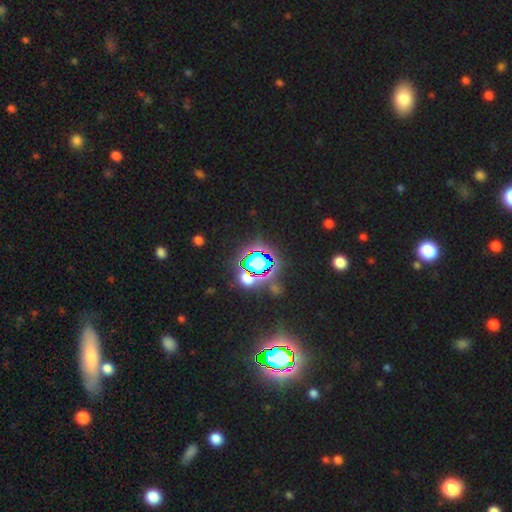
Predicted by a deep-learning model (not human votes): Q: Smooth or featured?
A: star or artifact (72%); runner-up: smooth (18%)